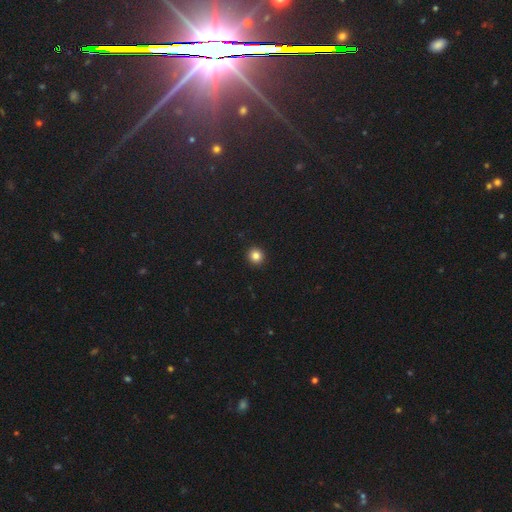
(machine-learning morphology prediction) A smooth galaxy with no disk features (84%) that is round (94%). Merging: none (93%).